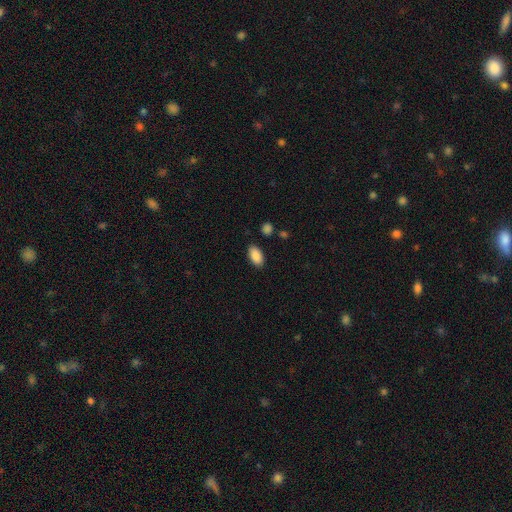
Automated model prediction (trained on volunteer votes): smooth_or_featured: smooth (p=0.89) [alt: star or artifact p=0.07]
how_rounded: in between (p=0.94) [alt: round p=0.04]
merging: none (p=0.87) [alt: minor disturbance p=0.09]